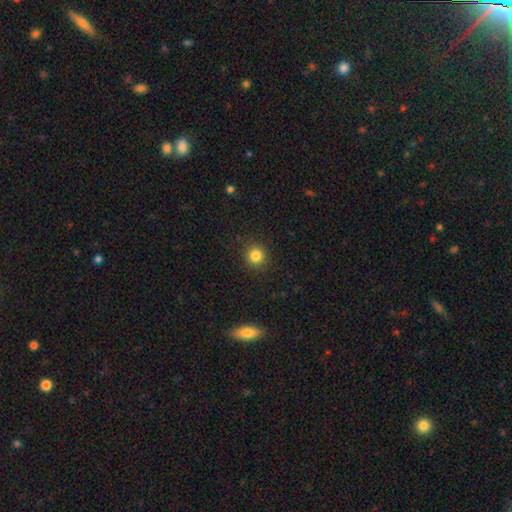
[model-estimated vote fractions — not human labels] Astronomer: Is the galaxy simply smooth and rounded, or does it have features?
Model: smooth — 83%.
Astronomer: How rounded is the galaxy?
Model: round — 93%.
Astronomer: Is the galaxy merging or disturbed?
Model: none — 91%.